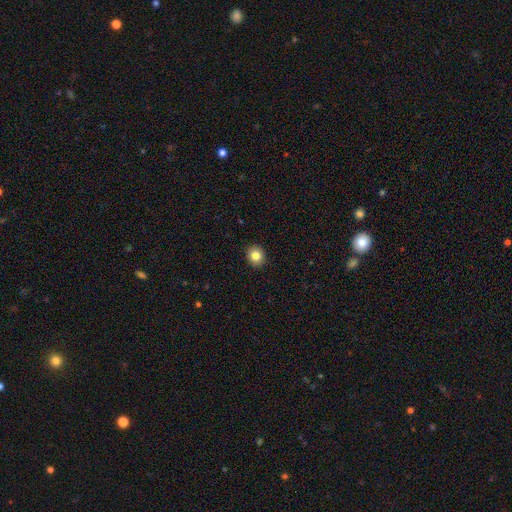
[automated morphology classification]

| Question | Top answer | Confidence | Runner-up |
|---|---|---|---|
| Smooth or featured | smooth | 84% | star or artifact (10%) |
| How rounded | round | 79% | in between (21%) |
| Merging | none | 92% | minor disturbance (6%) |